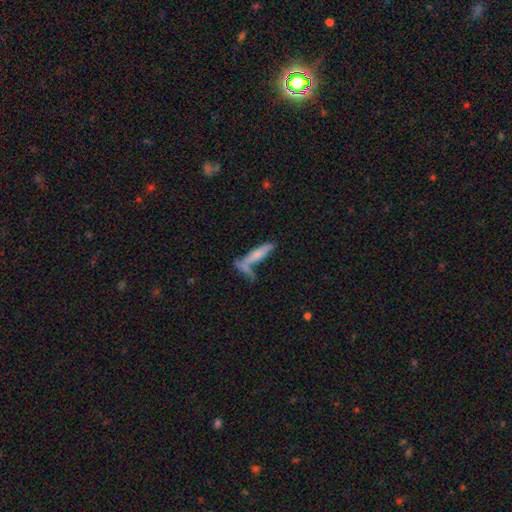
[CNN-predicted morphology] type=smooth (57%); roundness=cigar-shaped (82%); merging=none (49%).